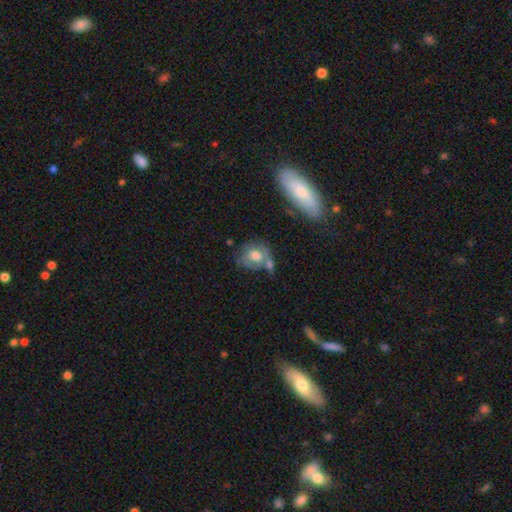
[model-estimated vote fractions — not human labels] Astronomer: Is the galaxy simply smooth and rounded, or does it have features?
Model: smooth — 57% (runner-up: featured or disk, 35%).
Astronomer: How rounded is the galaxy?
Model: round — 55% (runner-up: in between, 43%).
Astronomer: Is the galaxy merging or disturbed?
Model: none — 41% (runner-up: merger, 26%).